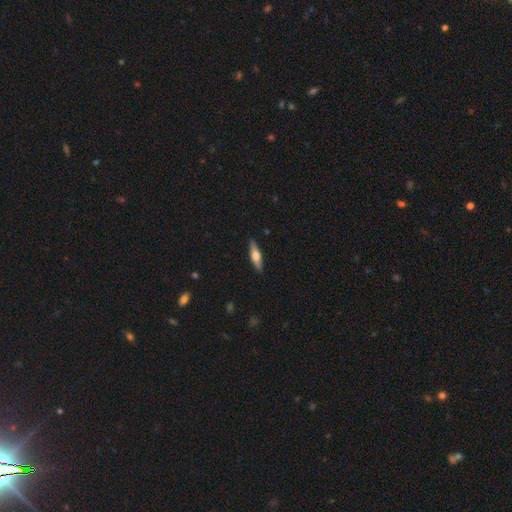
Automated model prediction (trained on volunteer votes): A smooth galaxy with no disk features (50%) that is cigar-shaped (67%).

Vote fractions:
- Smooth or featured? smooth: 50% / featured or disk: 44% / star or artifact: 6%
- How rounded? cigar-shaped: 67% / in between: 31% / round: 2%
- Merging? none: 88% / minor disturbance: 9% / major disturbance: 2% / merger: 1%